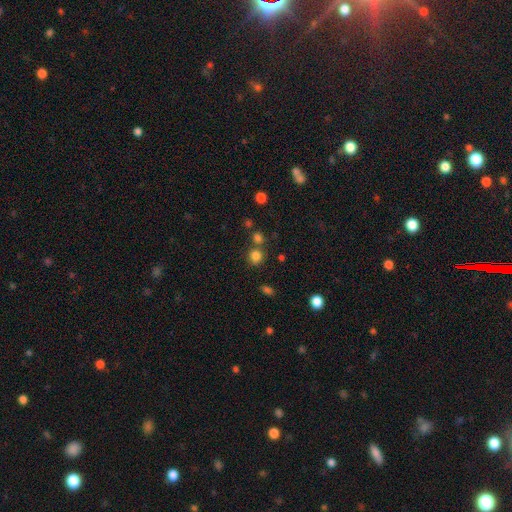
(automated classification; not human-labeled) The model was most divided on "merging": none: 70%, merger: 17%, minor disturbance: 9%, major disturbance: 4%. More confident: how rounded — round (85%); smooth or featured — smooth (80%).